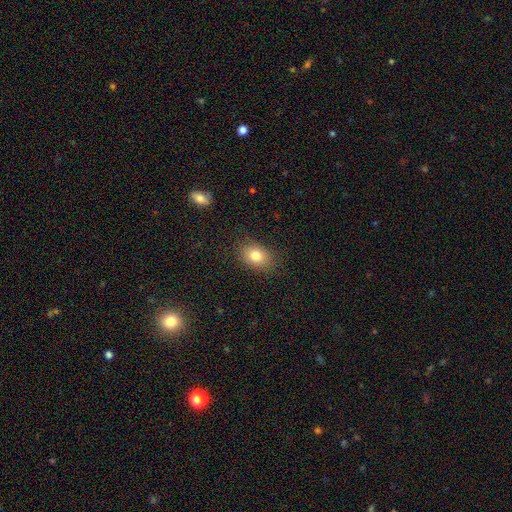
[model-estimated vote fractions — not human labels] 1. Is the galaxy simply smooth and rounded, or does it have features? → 80% smooth, 10% star or artifact, 10% featured or disk.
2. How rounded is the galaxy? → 75% in between, 24% round, 1% cigar-shaped.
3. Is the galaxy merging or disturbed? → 85% none, 11% minor disturbance, 3% major disturbance, 1% merger.